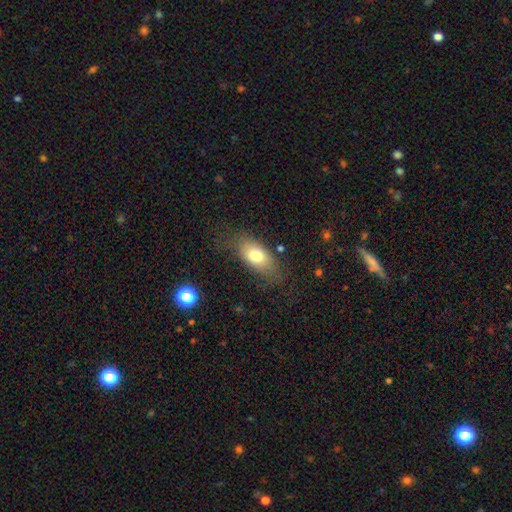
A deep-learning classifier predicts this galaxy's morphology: type=smooth (73%); roundness=in between (86%); merging=none (70%).